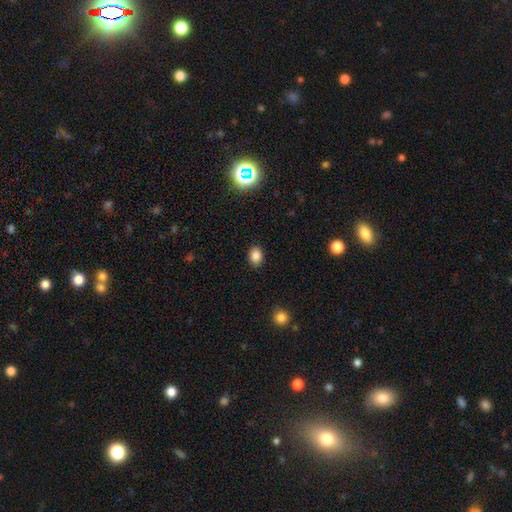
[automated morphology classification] type=smooth (85%); roundness=in between (67%); merging=none (89%).